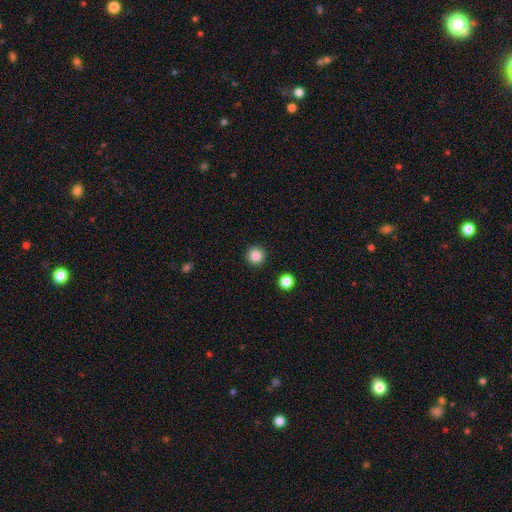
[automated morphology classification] Smooth or featured?
  - smooth: 86% *
  - star or artifact: 11%
  - featured or disk: 3%
How rounded?
  - round: 96% *
  - in between: 3%
  - cigar-shaped: 1%
Merging?
  - none: 92% *
  - minor disturbance: 4%
  - major disturbance: 2%
  - merger: 1%